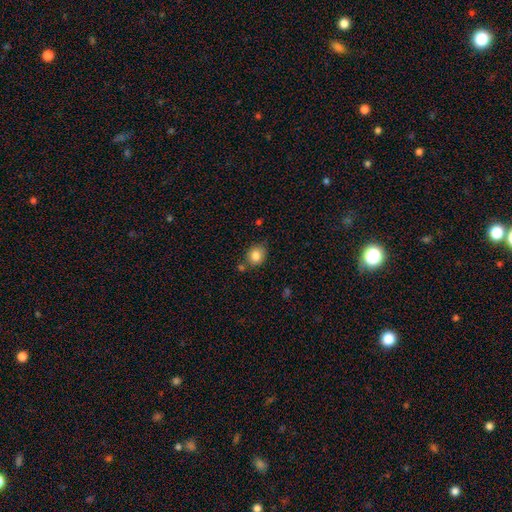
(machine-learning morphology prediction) Q: Smooth or featured?
A: smooth (84%); runner-up: star or artifact (9%)
Q: How rounded?
A: round (64%); runner-up: in between (35%)
Q: Merging?
A: none (71%); runner-up: minor disturbance (16%)